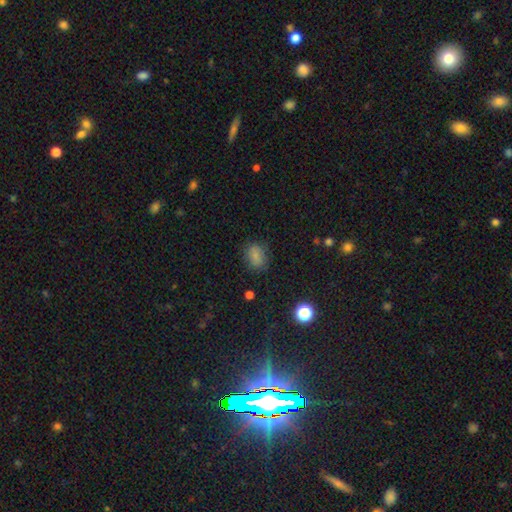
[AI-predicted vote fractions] Q: Smooth or featured?
A: smooth (81%); runner-up: star or artifact (13%)
Q: How rounded?
A: in between (72%); runner-up: round (27%)
Q: Merging?
A: none (77%); runner-up: minor disturbance (16%)